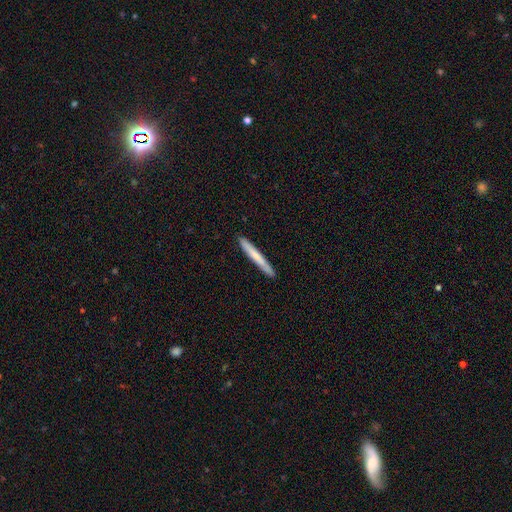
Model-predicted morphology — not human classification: Smooth or featured? smooth (68%)
How rounded? cigar-shaped (97%)
Merging? none (90%)